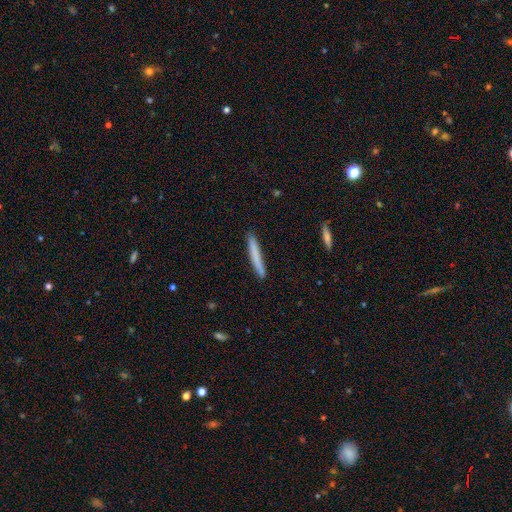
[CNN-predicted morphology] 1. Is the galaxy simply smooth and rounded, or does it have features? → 75% smooth, 19% featured or disk, 6% star or artifact.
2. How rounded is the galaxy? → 96% cigar-shaped, 3% in between, 1% round.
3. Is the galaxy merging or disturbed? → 88% none, 9% minor disturbance, 2% merger, 2% major disturbance.